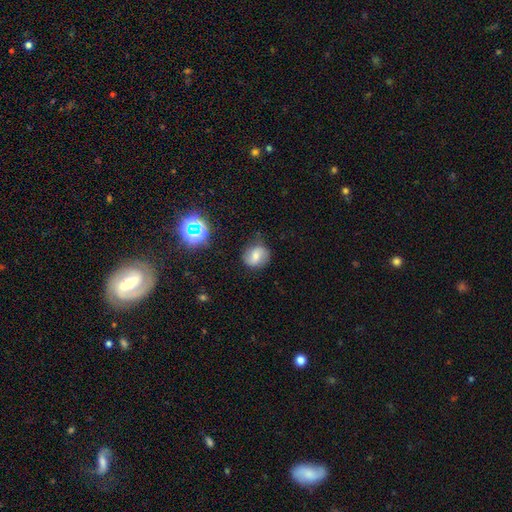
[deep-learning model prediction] Morphology: type=smooth (61%); roundness=round (74%); merging=none (75%).